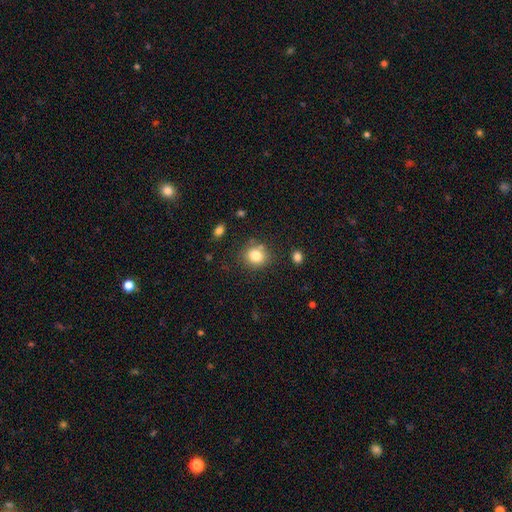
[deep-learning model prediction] A smooth galaxy with no disk features (82%) that is round (80%).

Vote fractions:
- Smooth or featured? smooth: 82% / star or artifact: 11% / featured or disk: 7%
- How rounded? round: 80% / in between: 19% / cigar-shaped: 1%
- Merging? none: 78% / minor disturbance: 12% / merger: 7% / major disturbance: 4%